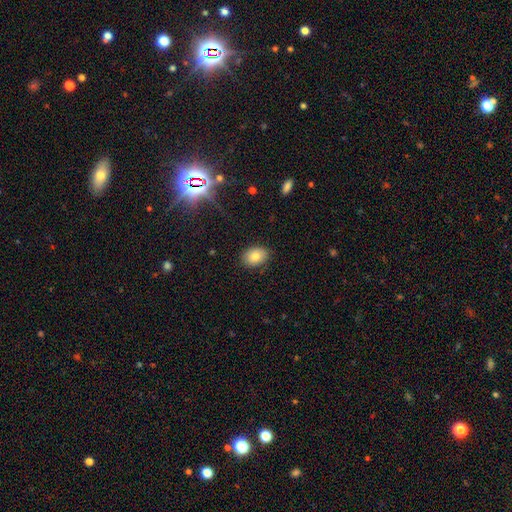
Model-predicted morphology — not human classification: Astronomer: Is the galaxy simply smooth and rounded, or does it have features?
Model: smooth — 81%.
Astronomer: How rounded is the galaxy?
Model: in between — 79%.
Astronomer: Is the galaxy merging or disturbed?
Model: none — 85%.